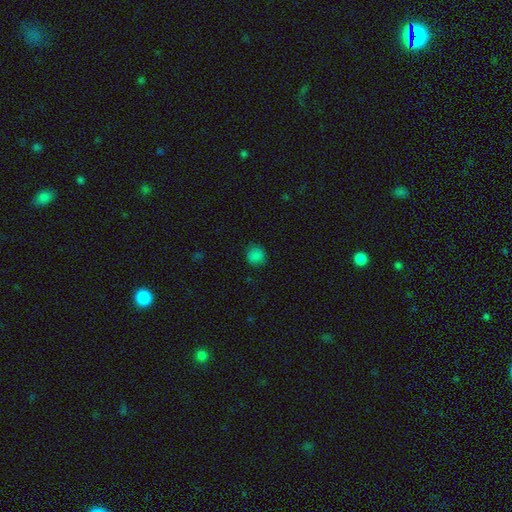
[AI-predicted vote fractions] Overall: smooth (82%). How rounded: round (85%). Merging: none (82%).